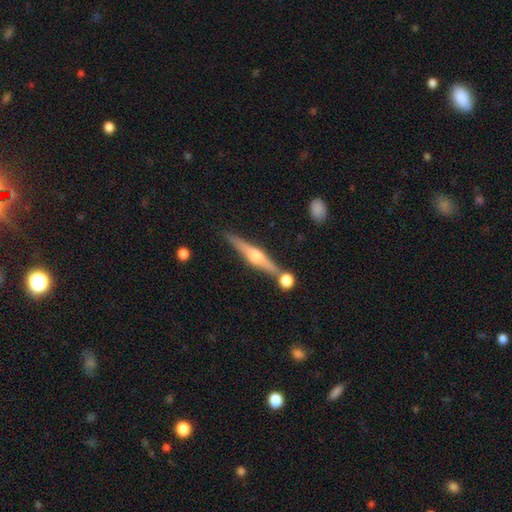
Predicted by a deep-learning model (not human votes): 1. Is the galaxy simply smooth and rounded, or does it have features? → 76% featured or disk, 18% smooth, 6% star or artifact.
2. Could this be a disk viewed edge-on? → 98% yes, 2% no.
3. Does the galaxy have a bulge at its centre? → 89% rounded, 7% boxy, 3% none.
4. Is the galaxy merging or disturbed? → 78% none, 10% merger, 9% minor disturbance, 2% major disturbance.